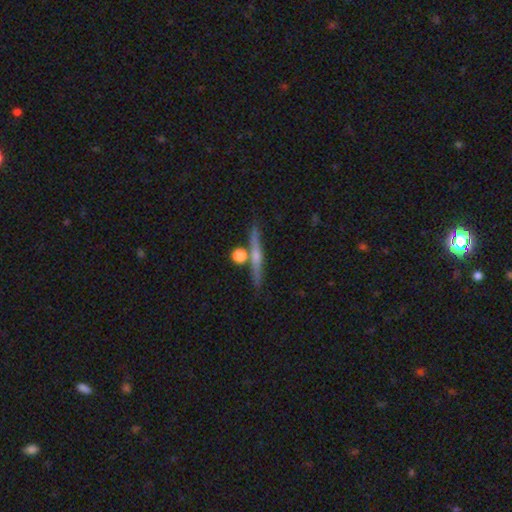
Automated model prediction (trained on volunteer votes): smooth_or_featured: featured or disk (p=0.60) [alt: smooth p=0.32]
disk_edge_on: yes (p=0.96) [alt: no p=0.04]
edge_on_bulge: rounded (p=0.72) [alt: none p=0.20]
merging: none (p=0.79) [alt: merger p=0.10]